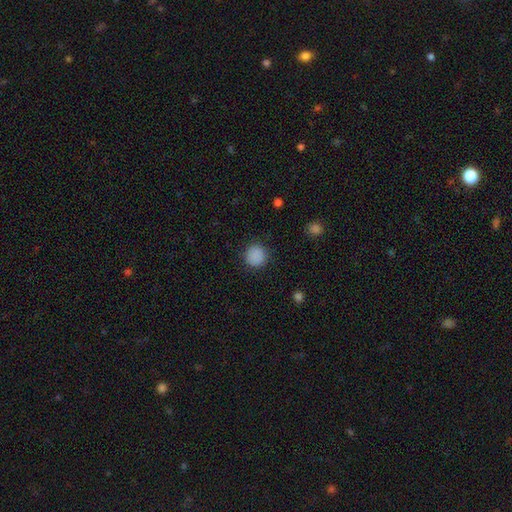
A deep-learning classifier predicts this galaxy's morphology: Q: Smooth or featured?
A: smooth (87%); runner-up: star or artifact (10%)
Q: How rounded?
A: round (92%); runner-up: in between (7%)
Q: Merging?
A: none (89%); runner-up: minor disturbance (7%)